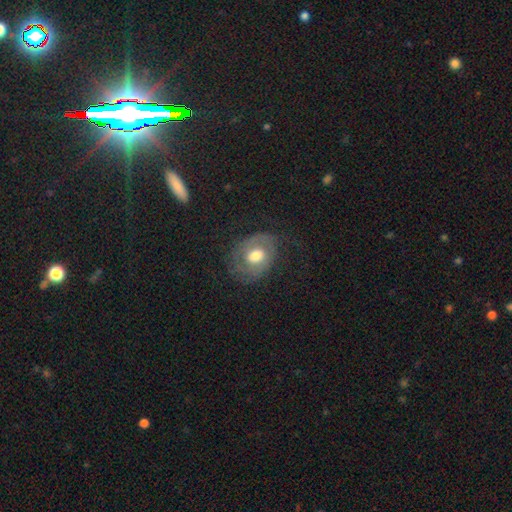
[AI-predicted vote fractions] A featured or disk galaxy (65%) with no bar (61%), spiral arms (76%) and a moderate central bulge (61%). Merging: none (63%).